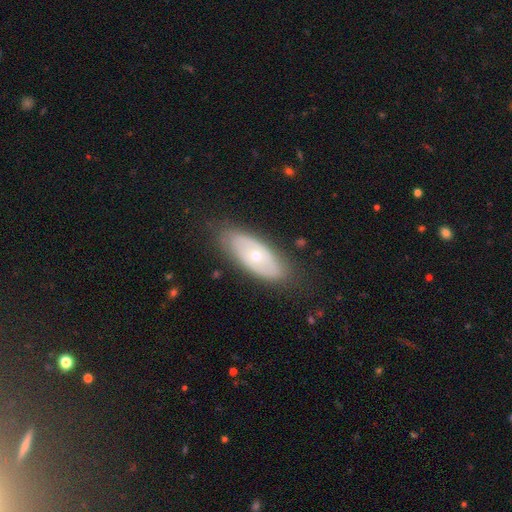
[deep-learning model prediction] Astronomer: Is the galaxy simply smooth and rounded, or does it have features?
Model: featured or disk — 53% (runner-up: smooth, 41%).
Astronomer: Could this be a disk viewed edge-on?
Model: no — 82%.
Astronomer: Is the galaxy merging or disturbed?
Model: none — 81%.